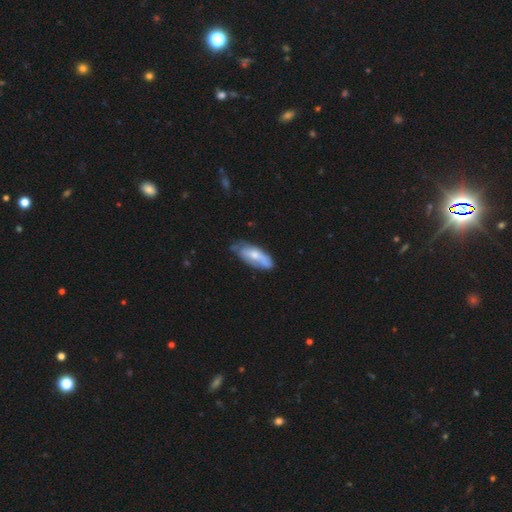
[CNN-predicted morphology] The model was most divided on "smooth or featured": smooth: 54%, featured or disk: 40%, star or artifact: 6%. More confident: how rounded — in between (74%); merging — none (53%).